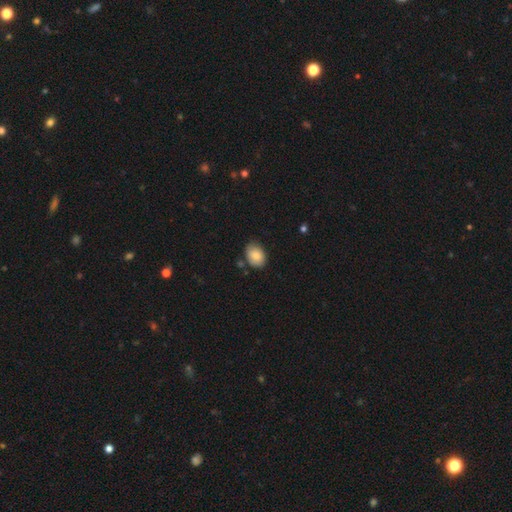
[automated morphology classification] smooth-or-featured: smooth: 82% | featured or disk: 10% | star or artifact: 8%
  how-rounded: in between: 72% | round: 27% | cigar-shaped: 1%
  merging: none: 74% | minor disturbance: 18% | merger: 4% | major disturbance: 3%